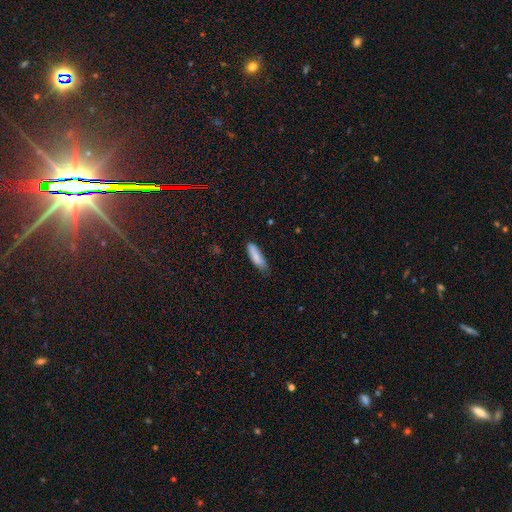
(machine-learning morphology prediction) smooth_or_featured: smooth (p=0.86) [alt: featured or disk p=0.08]
how_rounded: cigar-shaped (p=0.57) [alt: in between p=0.41]
merging: none (p=0.71) [alt: minor disturbance p=0.24]